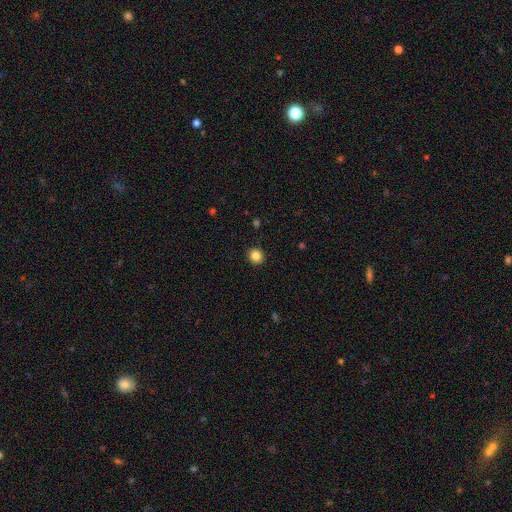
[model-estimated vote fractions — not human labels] Overall: smooth (86%). How rounded: round (87%). Merging: none (91%).